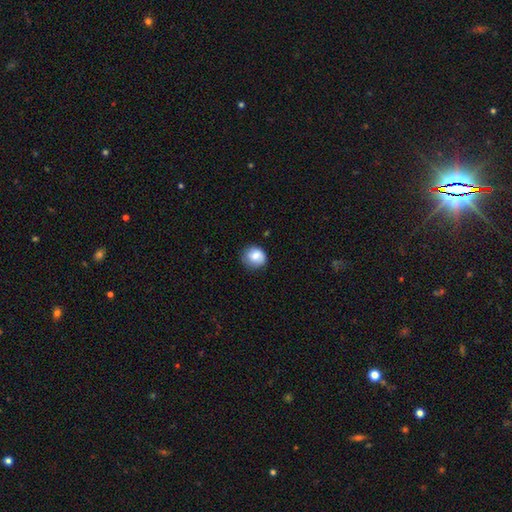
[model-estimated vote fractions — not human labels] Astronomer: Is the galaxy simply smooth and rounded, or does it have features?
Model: smooth — 80%.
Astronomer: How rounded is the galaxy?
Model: round — 80%.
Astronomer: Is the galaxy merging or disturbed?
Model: none — 76%.